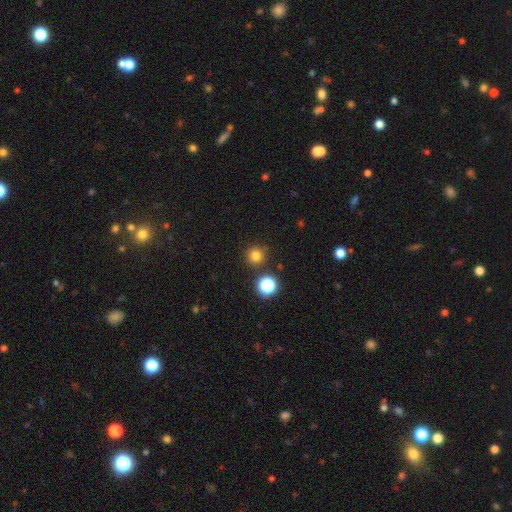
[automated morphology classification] Smooth or featured: smooth — 77% (star or artifact — 18%)
How rounded: round — 95% (in between — 4%)
Merging: none — 87% (minor disturbance — 7%)